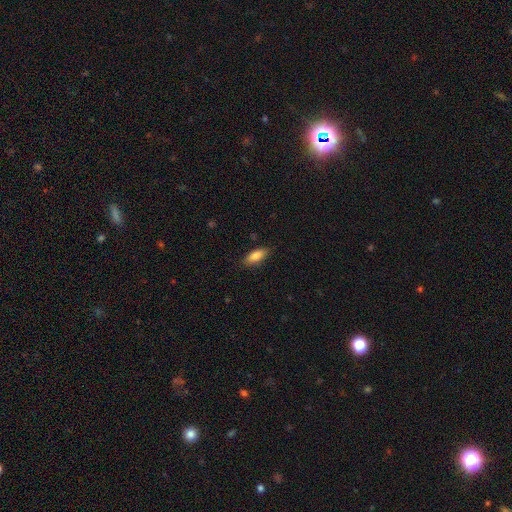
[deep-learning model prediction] Smooth or featured: smooth — 83% (featured or disk — 10%)
How rounded: in between — 75% (cigar-shaped — 23%)
Merging: none — 85% (minor disturbance — 11%)